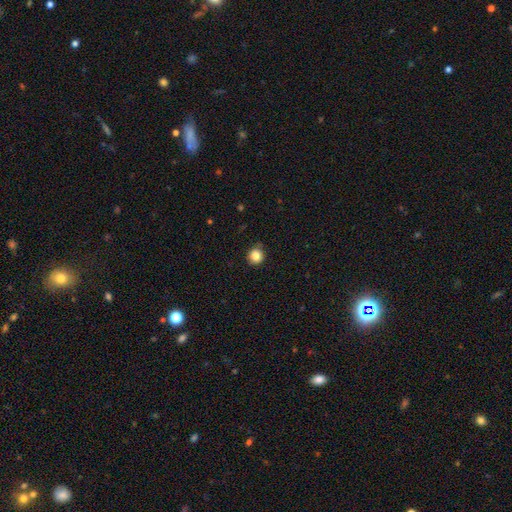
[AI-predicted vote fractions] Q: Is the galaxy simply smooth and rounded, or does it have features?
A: smooth — 84%.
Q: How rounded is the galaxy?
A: round — 91%.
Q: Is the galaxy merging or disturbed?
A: none — 86%.